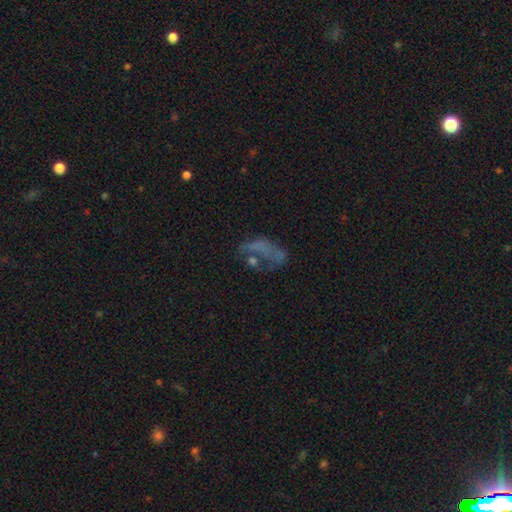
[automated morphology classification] featured or disk 42%, smooth 35%, star or artifact 23%. Down the decision tree: merging — major disturbance (36%).